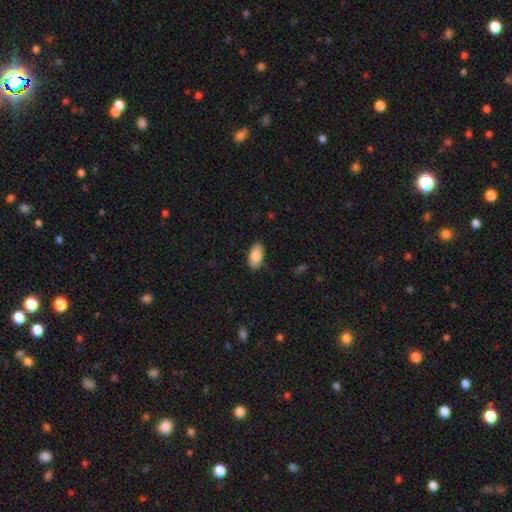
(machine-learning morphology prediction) type=smooth (88%); roundness=in between (94%); merging=none (86%).